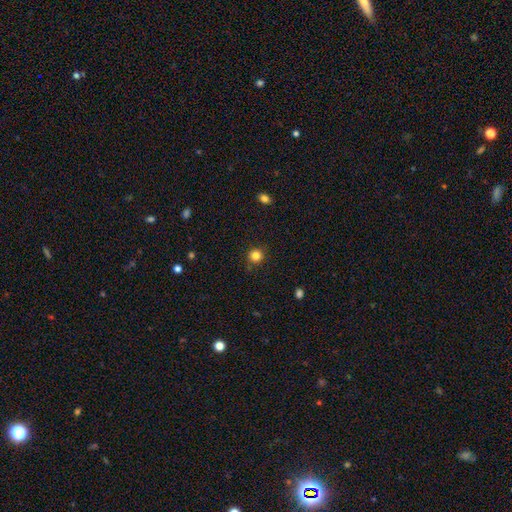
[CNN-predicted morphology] Overall: smooth (82%). How rounded: round (93%). Merging: none (88%).